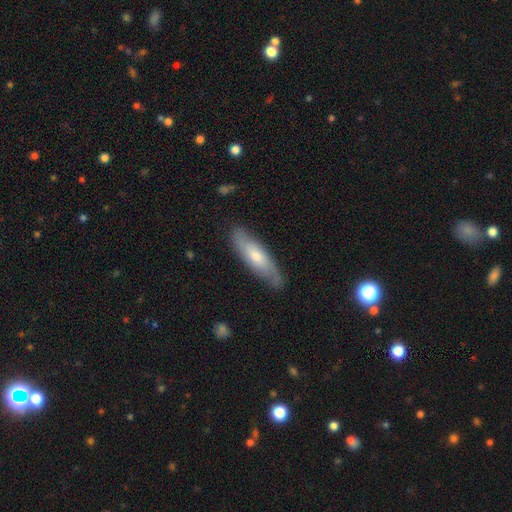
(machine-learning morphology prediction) Smooth or featured? smooth (54%)
How rounded? cigar-shaped (58%)
Merging? none (80%)